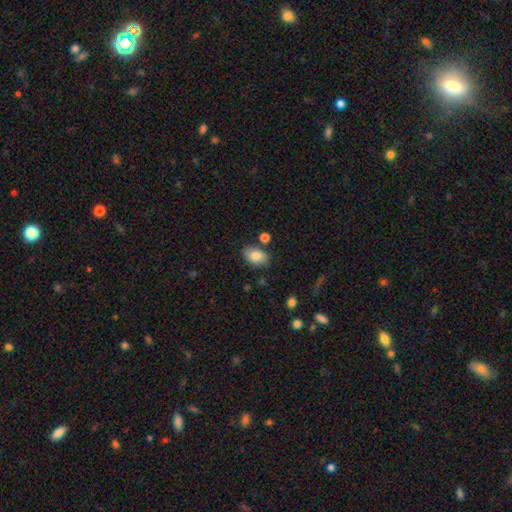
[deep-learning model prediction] Smooth or featured?
  - smooth: 83% *
  - featured or disk: 9%
  - star or artifact: 8%
How rounded?
  - in between: 86% *
  - round: 13%
  - cigar-shaped: 1%
Merging?
  - none: 78% *
  - minor disturbance: 14%
  - merger: 5%
  - major disturbance: 3%